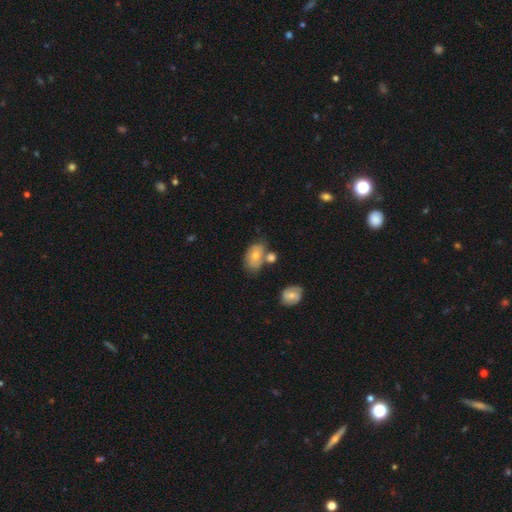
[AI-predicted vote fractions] Morphology: type=smooth (65%); roundness=in between (85%); merging=none (44%).